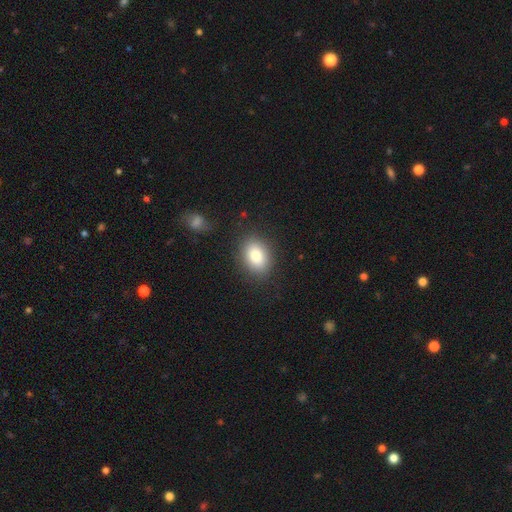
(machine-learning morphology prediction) smooth_or_featured: smooth (p=0.82) [alt: featured or disk p=0.09]
how_rounded: in between (p=0.70) [alt: round p=0.29]
merging: none (p=0.85) [alt: minor disturbance p=0.10]